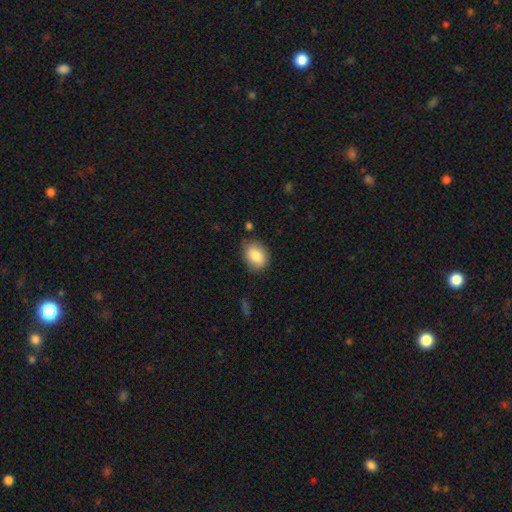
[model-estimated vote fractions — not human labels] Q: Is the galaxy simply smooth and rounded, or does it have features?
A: smooth — 84%.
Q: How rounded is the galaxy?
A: in between — 72%.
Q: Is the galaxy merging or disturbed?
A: none — 76%.